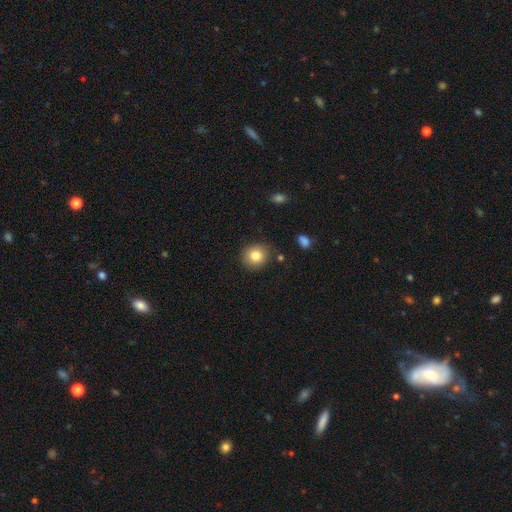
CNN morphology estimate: Smooth or featured?
  - smooth: 83% *
  - star or artifact: 10%
  - featured or disk: 8%
How rounded?
  - round: 84% *
  - in between: 15%
  - cigar-shaped: 1%
Merging?
  - none: 86% *
  - minor disturbance: 9%
  - major disturbance: 3%
  - merger: 2%